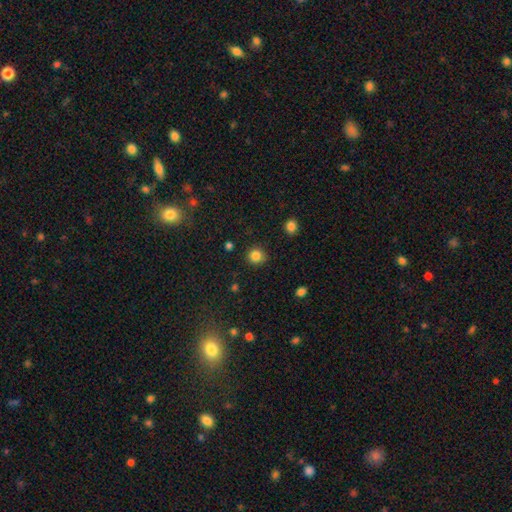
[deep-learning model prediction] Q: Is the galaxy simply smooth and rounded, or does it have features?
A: smooth — 84%.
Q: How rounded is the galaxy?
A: round — 91%.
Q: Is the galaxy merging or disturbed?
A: none — 86%.